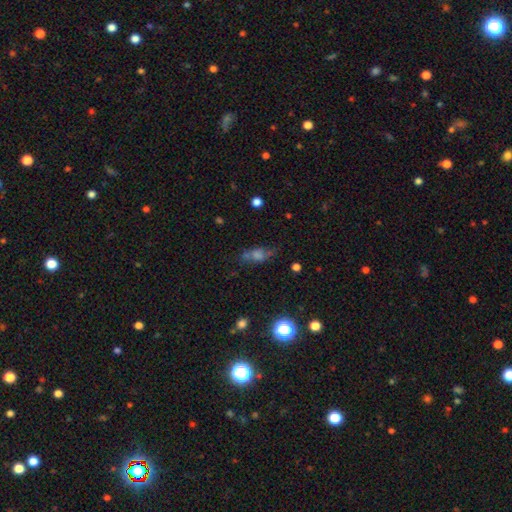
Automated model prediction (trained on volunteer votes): This is marginally a smooth galaxy (40%). Merging: likely none (61%).